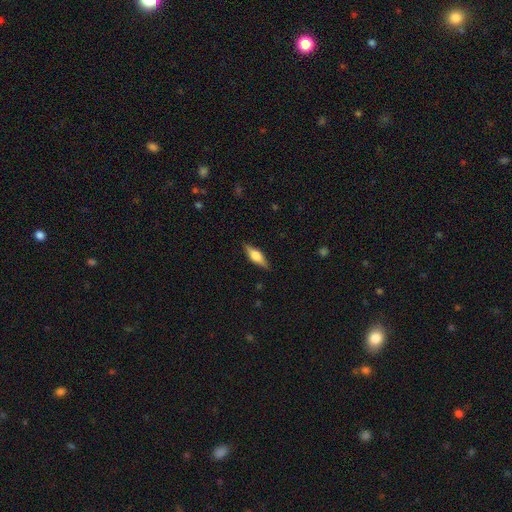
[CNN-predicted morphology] smooth_or_featured: smooth (p=0.48) [alt: featured or disk p=0.46]
merging: none (p=0.86) [alt: minor disturbance p=0.10]